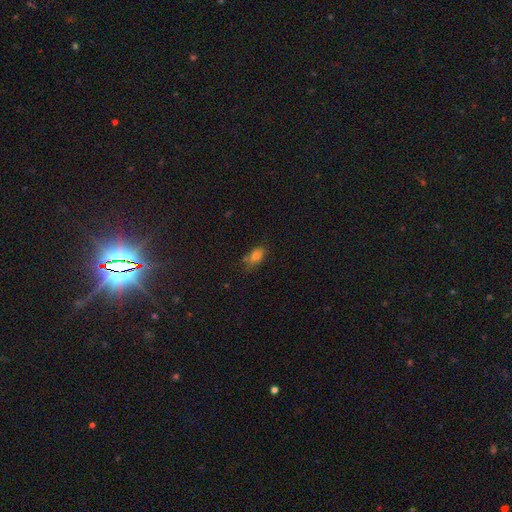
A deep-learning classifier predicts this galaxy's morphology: Smooth or featured: smooth — 73% (star or artifact — 18%)
How rounded: in between — 82% (round — 11%)
Merging: none — 61% (minor disturbance — 24%)